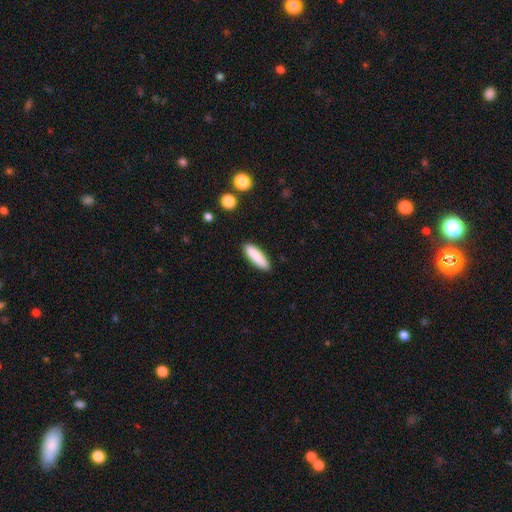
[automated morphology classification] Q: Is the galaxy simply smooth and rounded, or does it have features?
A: smooth — 87%.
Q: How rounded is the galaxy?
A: cigar-shaped — 56%.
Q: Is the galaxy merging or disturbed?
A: none — 89%.